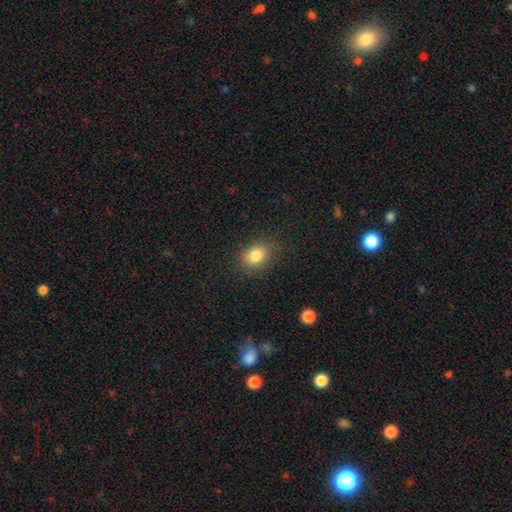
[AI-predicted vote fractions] Smooth or featured? smooth (82%)
How rounded? in between (55%)
Merging? none (85%)